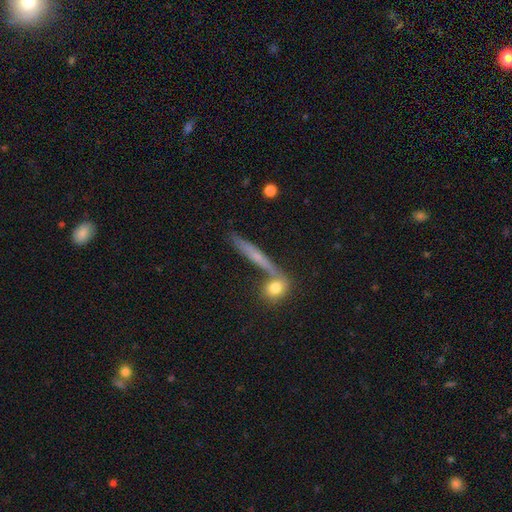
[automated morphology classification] This is possibly a smooth galaxy (51%). How rounded: clearly cigar-shaped (82%). Merging: likely none (67%).